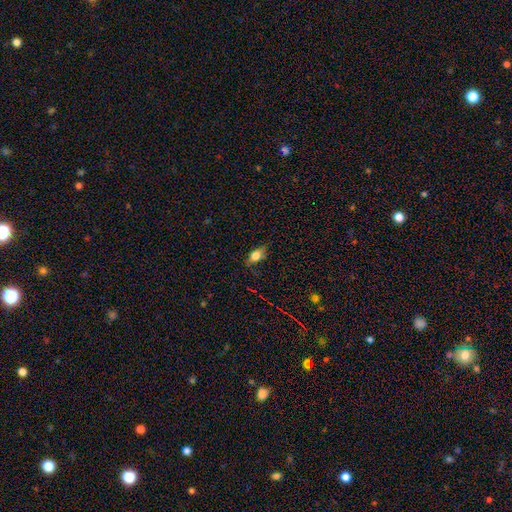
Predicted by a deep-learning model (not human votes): Q: Smooth or featured?
A: smooth (74%); runner-up: featured or disk (14%)
Q: How rounded?
A: in between (82%); runner-up: round (11%)
Q: Merging?
A: none (74%); runner-up: minor disturbance (20%)